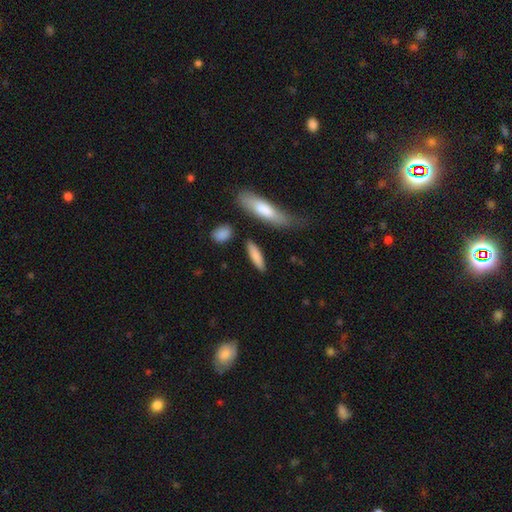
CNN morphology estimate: Smooth or featured?
  - smooth: 81% *
  - featured or disk: 13%
  - star or artifact: 6%
How rounded?
  - cigar-shaped: 69% *
  - in between: 29%
  - round: 2%
Merging?
  - none: 80% *
  - minor disturbance: 12%
  - merger: 5%
  - major disturbance: 3%